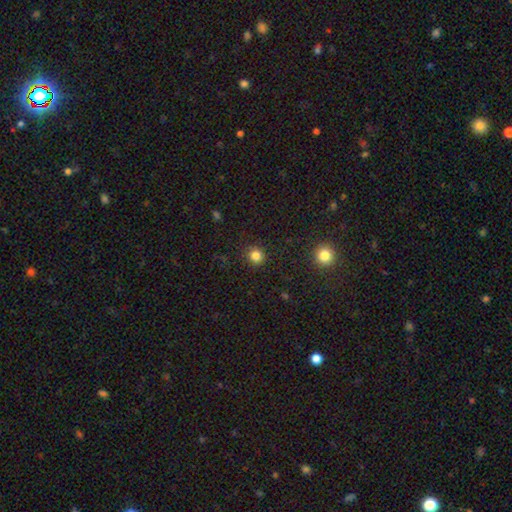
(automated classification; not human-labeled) A smooth galaxy with no disk features (82%) that is round (91%). Merging: none (89%).